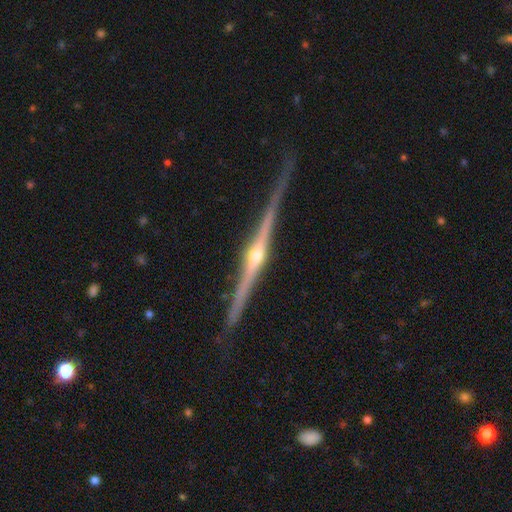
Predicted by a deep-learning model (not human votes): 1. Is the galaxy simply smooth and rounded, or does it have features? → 89% featured or disk, 6% smooth, 5% star or artifact.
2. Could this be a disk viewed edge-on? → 99% yes, 1% no.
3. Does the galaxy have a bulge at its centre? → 90% rounded, 6% none, 4% boxy.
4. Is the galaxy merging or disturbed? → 86% none, 10% minor disturbance, 2% major disturbance, 1% merger.